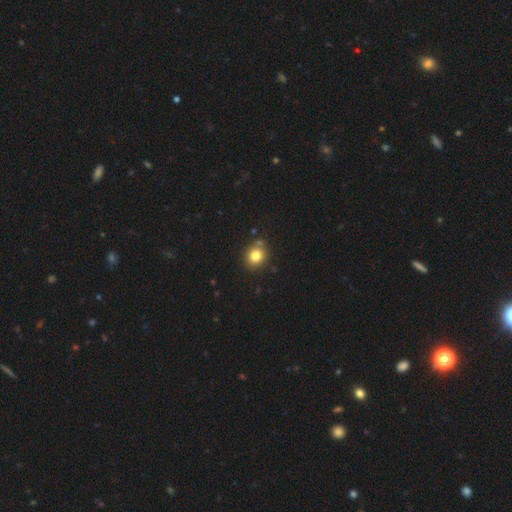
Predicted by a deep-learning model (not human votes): Smooth or featured? smooth (81%)
How rounded? round (75%)
Merging? none (78%)